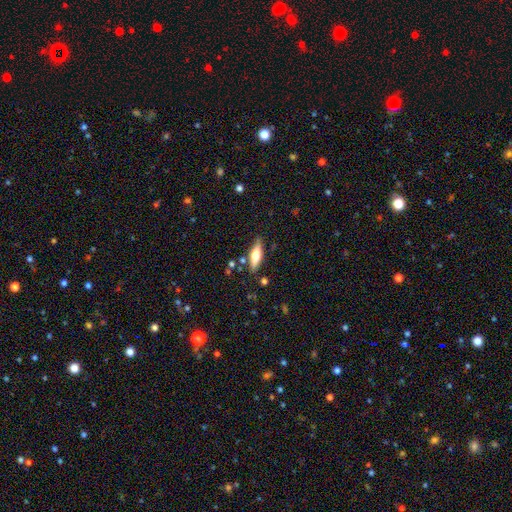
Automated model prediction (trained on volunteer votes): Smooth or featured? Predicted: smooth (p=0.51). How rounded? Predicted: in between (p=0.52). Merging? Predicted: none (p=0.82).